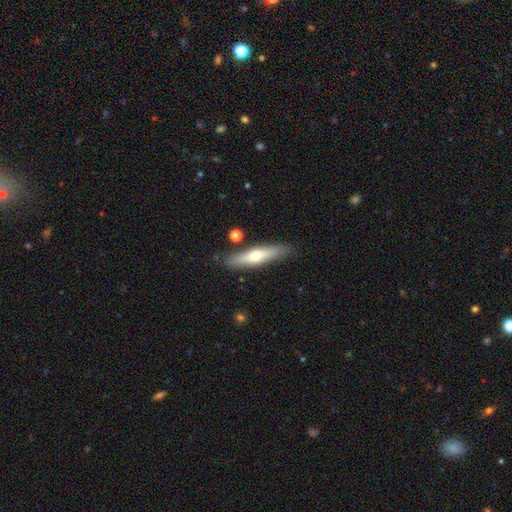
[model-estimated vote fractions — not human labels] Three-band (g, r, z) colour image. It shows a smooth galaxy with no disk features (52%) that is cigar-shaped (79%). Merging: none (84%).